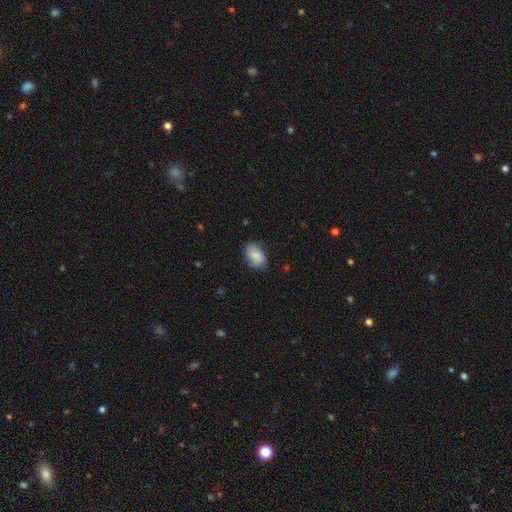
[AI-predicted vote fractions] A smooth galaxy with no disk features (83%) that is in between round and cigar-shaped (83%).

Vote fractions:
- Smooth or featured? smooth: 83% / featured or disk: 10% / star or artifact: 7%
- How rounded? in between: 83% / round: 16% / cigar-shaped: 1%
- Merging? none: 75% / minor disturbance: 20% / major disturbance: 4% / merger: 1%